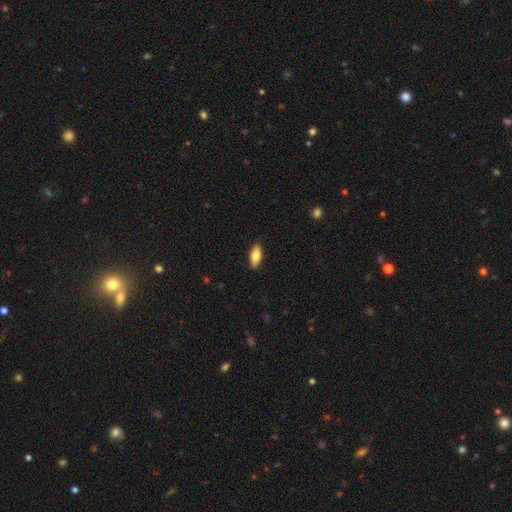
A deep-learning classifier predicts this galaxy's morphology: Smooth or featured: smooth — 75% (featured or disk — 19%)
How rounded: in between — 80% (cigar-shaped — 17%)
Merging: none — 89% (minor disturbance — 8%)